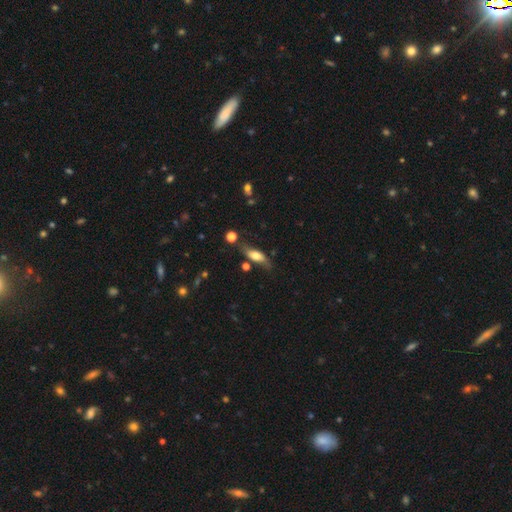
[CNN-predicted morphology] A smooth galaxy with no disk features (58%) that is in between round and cigar-shaped (65%).

Vote fractions:
- Smooth or featured? smooth: 58% / featured or disk: 35% / star or artifact: 8%
- How rounded? in between: 65% / cigar-shaped: 31% / round: 4%
- Merging? none: 61% / minor disturbance: 24% / major disturbance: 9% / merger: 7%